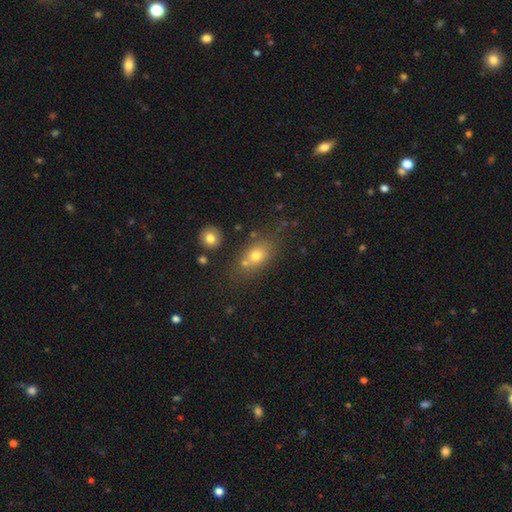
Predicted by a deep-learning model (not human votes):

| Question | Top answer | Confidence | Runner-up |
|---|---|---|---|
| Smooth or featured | smooth | 69% | featured or disk (15%) |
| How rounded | in between | 62% | round (33%) |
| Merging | none | 59% | merger (21%) |